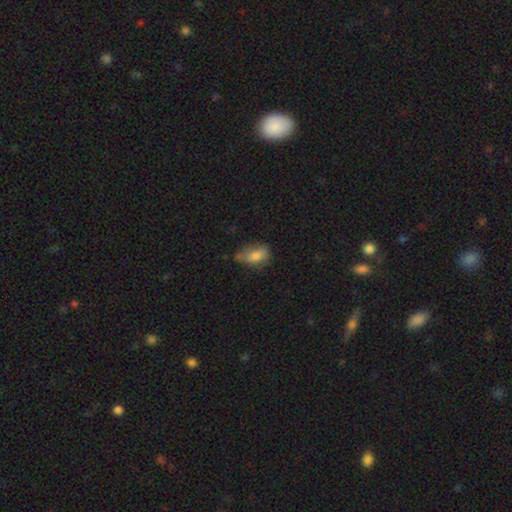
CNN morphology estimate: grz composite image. It shows a smooth galaxy with no disk features (79%) that is in between round and cigar-shaped (87%). Merging: none (52%).